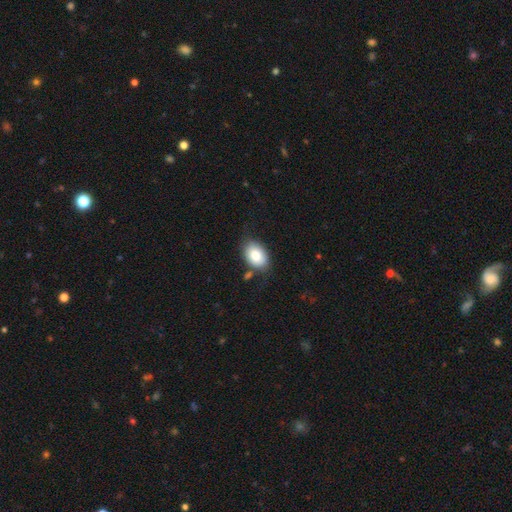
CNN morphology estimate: Smooth or featured? smooth (83%)
How rounded? in between (84%)
Merging? none (73%)